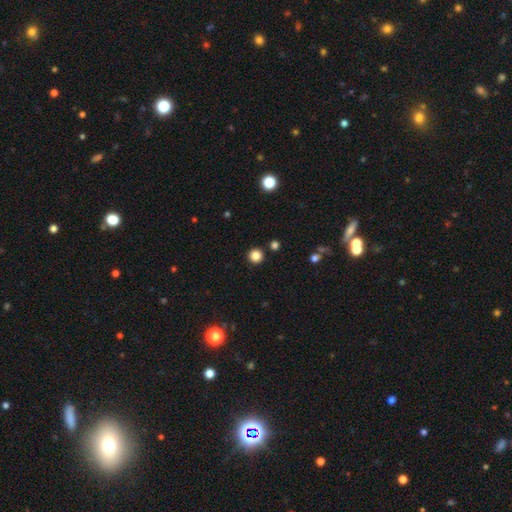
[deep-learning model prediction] smooth 84%, star or artifact 12%, featured or disk 4%. Down the decision tree: how rounded — round (96%); merging — none (92%).